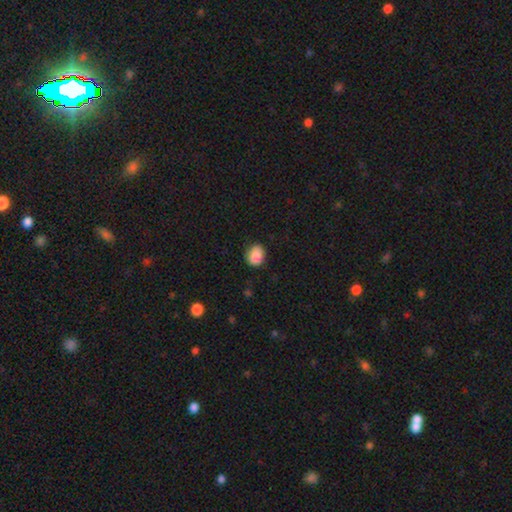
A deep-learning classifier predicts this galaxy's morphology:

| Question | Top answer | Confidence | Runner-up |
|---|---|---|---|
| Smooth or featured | smooth | 88% | star or artifact (8%) |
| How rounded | in between | 52% | round (47%) |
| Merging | none | 83% | minor disturbance (13%) |